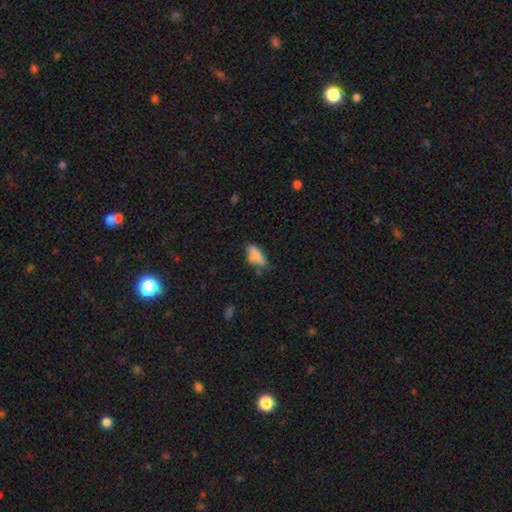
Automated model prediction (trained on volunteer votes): Q: Smooth or featured?
A: smooth (77%); runner-up: featured or disk (14%)
Q: How rounded?
A: in between (78%); runner-up: cigar-shaped (19%)
Q: Merging?
A: none (48%); runner-up: minor disturbance (33%)